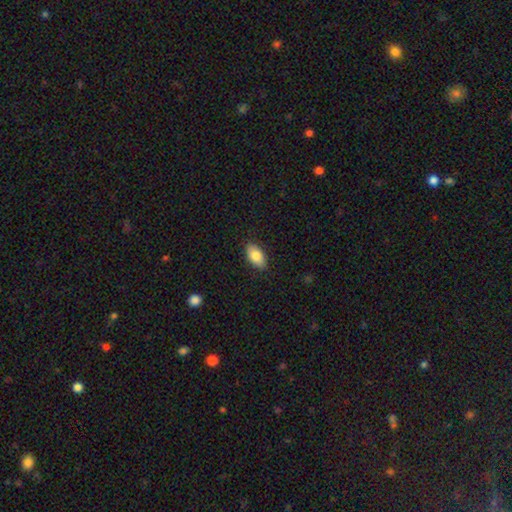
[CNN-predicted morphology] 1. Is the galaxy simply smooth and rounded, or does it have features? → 83% smooth, 10% featured or disk, 7% star or artifact.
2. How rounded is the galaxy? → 93% in between, 4% round, 3% cigar-shaped.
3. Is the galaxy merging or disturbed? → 87% none, 10% minor disturbance, 2% major disturbance, 1% merger.